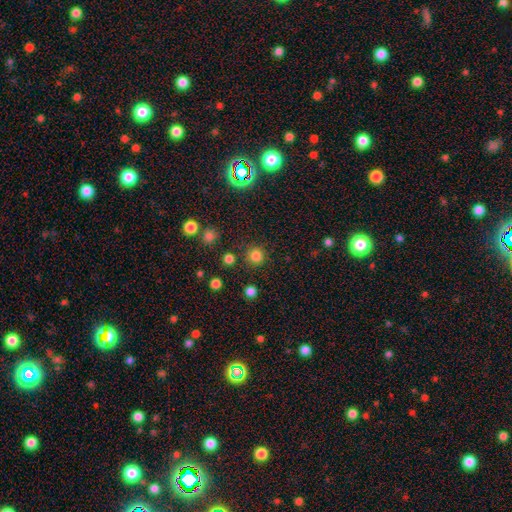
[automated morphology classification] type=smooth (81%); roundness=round (95%); merging=none (88%).